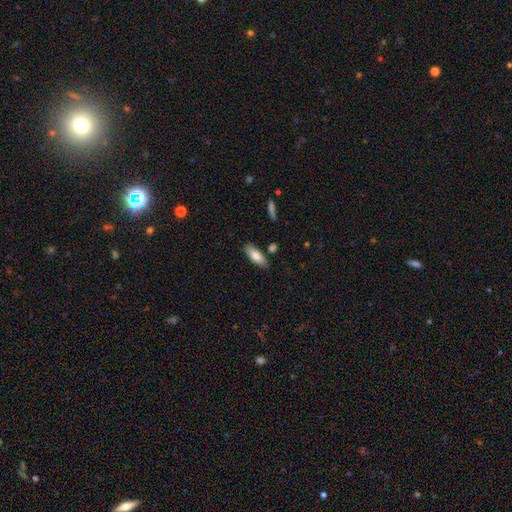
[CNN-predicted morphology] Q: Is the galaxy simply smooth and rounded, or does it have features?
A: smooth — 78%.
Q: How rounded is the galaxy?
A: in between — 71%.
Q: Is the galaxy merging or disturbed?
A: none — 83%.